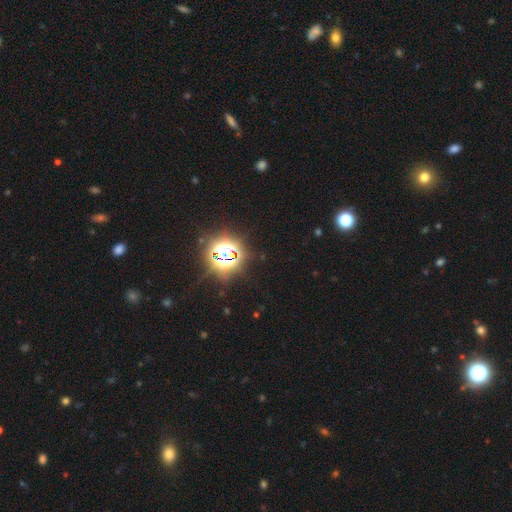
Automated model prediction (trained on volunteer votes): Overall: star or artifact (82%).